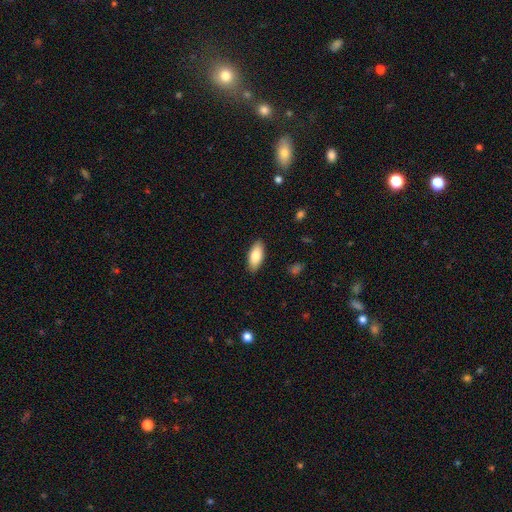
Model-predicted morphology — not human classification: This is clearly a smooth galaxy (81%). How rounded: clearly in between (85%). Merging: clearly none (89%).